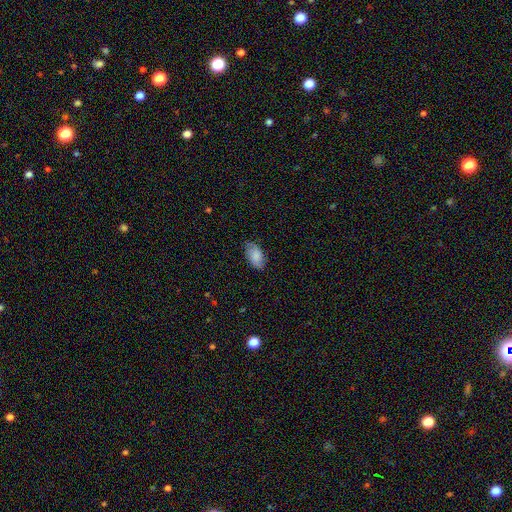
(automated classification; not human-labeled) Overall: smooth (74%). How rounded: in between (94%). Merging: none (78%).